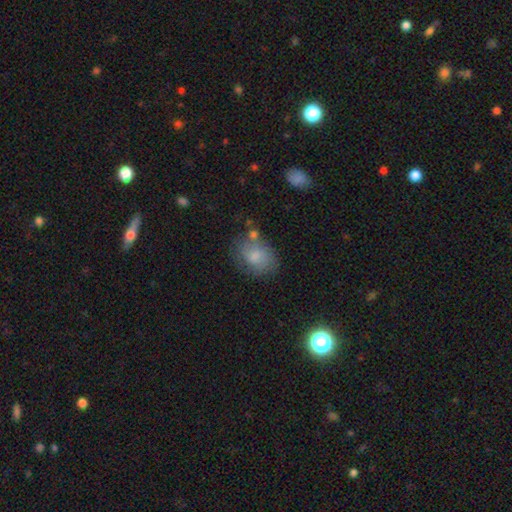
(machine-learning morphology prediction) Overall: smooth (69%). How rounded: in between (65%; round 33%). Merging: none (59%; minor disturbance 23%).